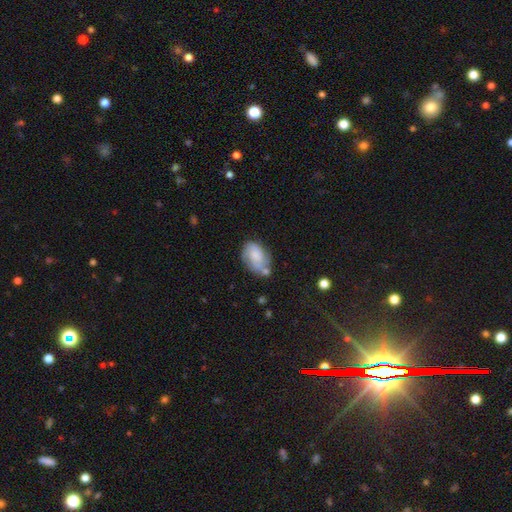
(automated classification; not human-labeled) A smooth galaxy with no disk features (62%) that is in between round and cigar-shaped (85%).

Vote fractions:
- Smooth or featured? smooth: 62% / featured or disk: 31% / star or artifact: 8%
- How rounded? in between: 85% / round: 13% / cigar-shaped: 2%
- Merging? none: 51% / minor disturbance: 27% / merger: 13% / major disturbance: 9%